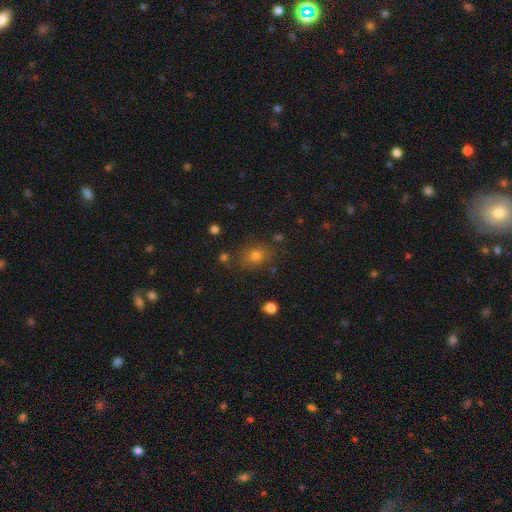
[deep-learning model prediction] smooth_or_featured: smooth (p=0.73) [alt: star or artifact p=0.17]
how_rounded: in between (p=0.54) [alt: round p=0.44]
merging: none (p=0.79) [alt: minor disturbance p=0.13]